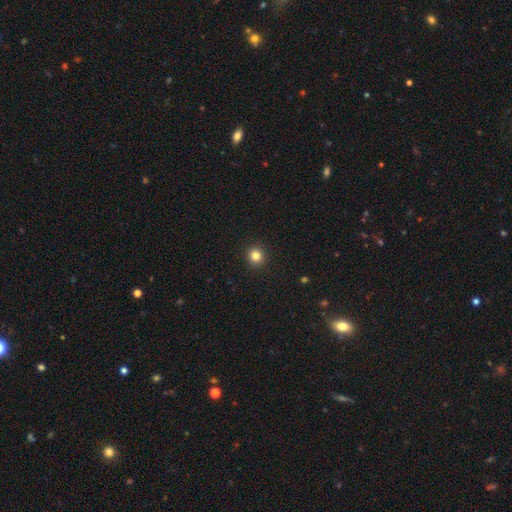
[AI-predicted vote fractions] The model was most divided on "smooth or featured": smooth: 82%, star or artifact: 13%, featured or disk: 5%. More confident: how rounded — round (94%); merging — none (93%).